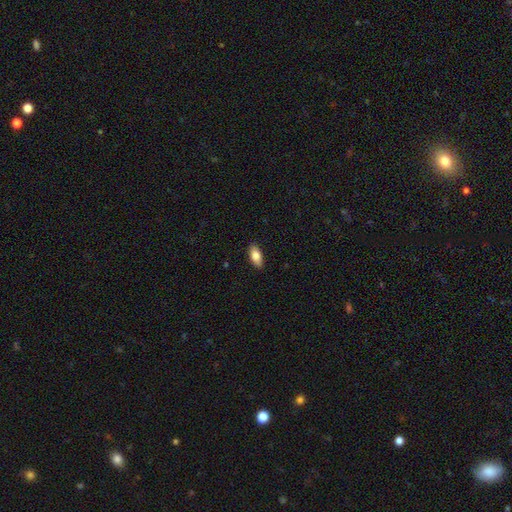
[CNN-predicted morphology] This appears to be a smooth galaxy with no disk features (79%) that is in between round and cigar-shaped (87%). Merging: none (89%).